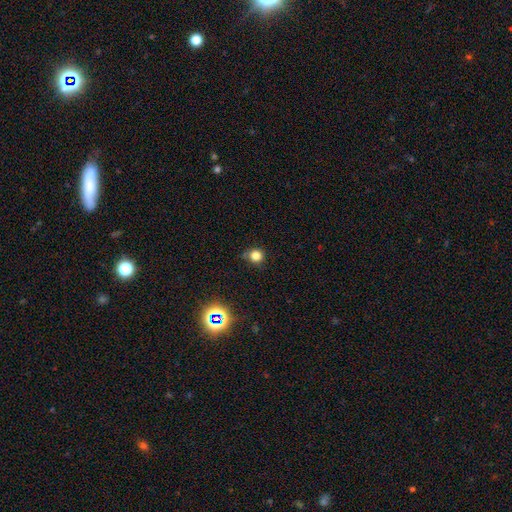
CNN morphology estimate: smooth_or_featured: smooth (p=0.78) [alt: star or artifact p=0.17]
how_rounded: round (p=0.92) [alt: in between p=0.07]
merging: none (p=0.79) [alt: minor disturbance p=0.15]